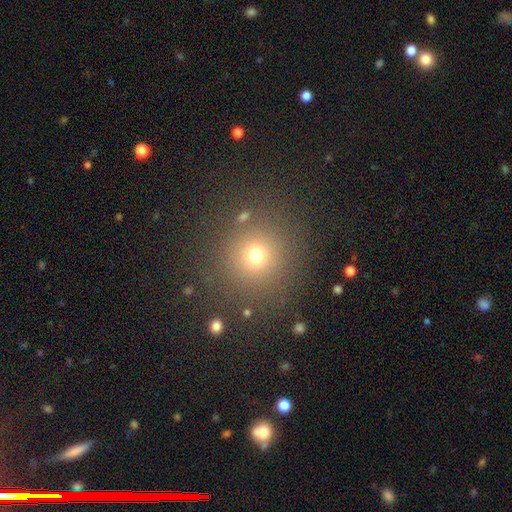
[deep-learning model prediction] The model was most divided on "smooth or featured": smooth: 70%, star or artifact: 21%, featured or disk: 8%. More confident: how rounded — round (93%); merging — none (85%).